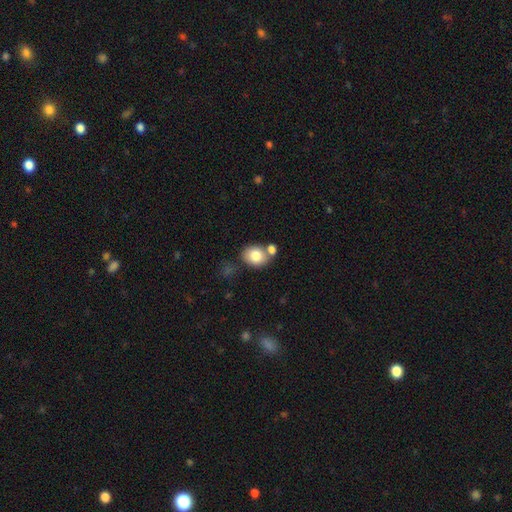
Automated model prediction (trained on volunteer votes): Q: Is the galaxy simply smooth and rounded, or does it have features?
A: smooth — 80%.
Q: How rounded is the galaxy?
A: in between — 55%.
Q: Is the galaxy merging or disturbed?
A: none — 56%.